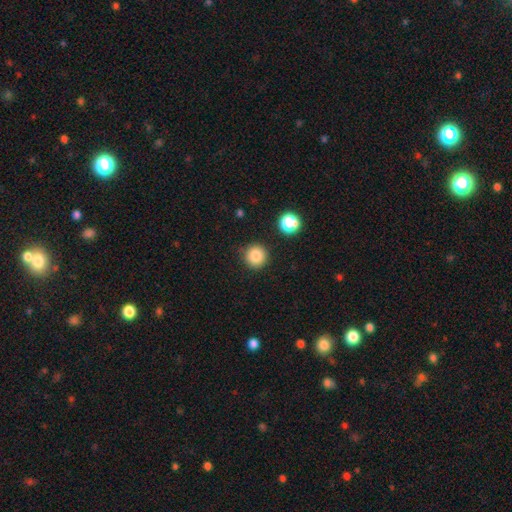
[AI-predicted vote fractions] This appears to be a smooth galaxy with no disk features (84%) that is round (94%). Merging: none (88%).